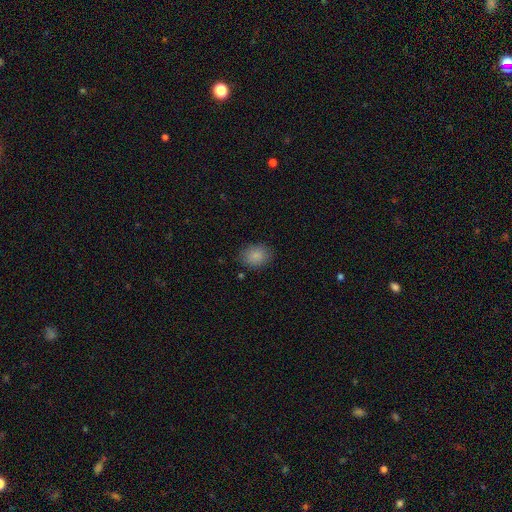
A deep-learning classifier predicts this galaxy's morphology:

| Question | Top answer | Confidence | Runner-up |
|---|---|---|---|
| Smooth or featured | smooth | 87% | star or artifact (9%) |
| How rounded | in between | 54% | round (45%) |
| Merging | none | 85% | minor disturbance (11%) |